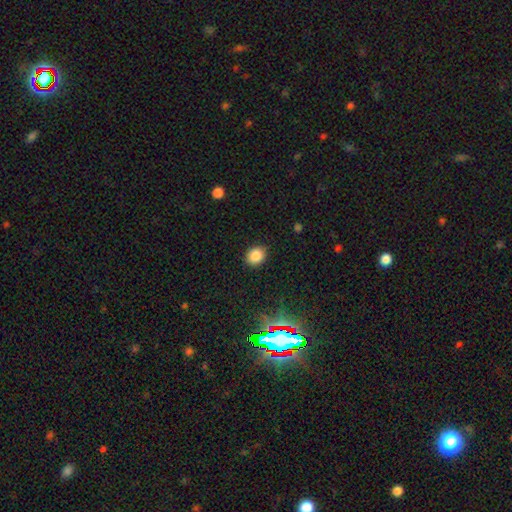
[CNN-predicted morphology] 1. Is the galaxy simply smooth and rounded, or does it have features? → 84% smooth, 11% star or artifact, 5% featured or disk.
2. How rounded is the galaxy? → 59% round, 40% in between, 1% cigar-shaped.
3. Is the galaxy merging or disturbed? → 89% none, 8% minor disturbance, 2% major disturbance, 1% merger.